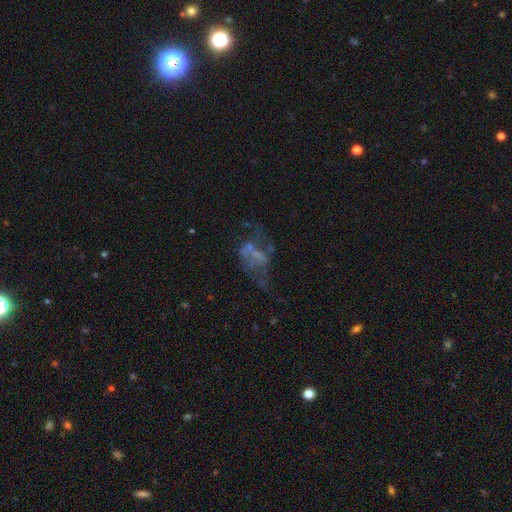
A featured or disk galaxy (70%) with no bar (79%), no spiral arms (89%) and no central bulge (71%).

Vote fractions:
- Smooth or featured? featured or disk: 70% / smooth: 20% / star or artifact: 10%
- Edge-on disk? no: 100% / yes: 0%
- Bar? no: 79% / weak: 21% / strong: 0%
- Spiral arms? no: 89% / yes: 11%
- Bulge size? none: 71% / small: 18% / moderate: 7% / large: 4% / dominant: 0%
- Merging? major disturbance: 64% / none: 19% / minor disturbance: 8% / merger: 8%